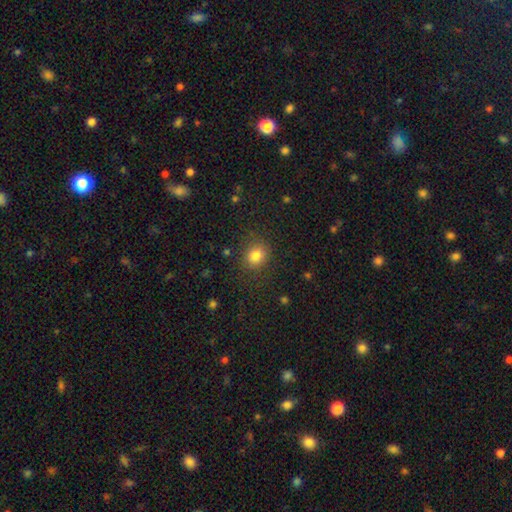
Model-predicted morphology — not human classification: Smooth or featured?
  - smooth: 81% *
  - star or artifact: 12%
  - featured or disk: 6%
How rounded?
  - round: 76% *
  - in between: 23%
  - cigar-shaped: 1%
Merging?
  - none: 84% *
  - minor disturbance: 10%
  - major disturbance: 4%
  - merger: 2%